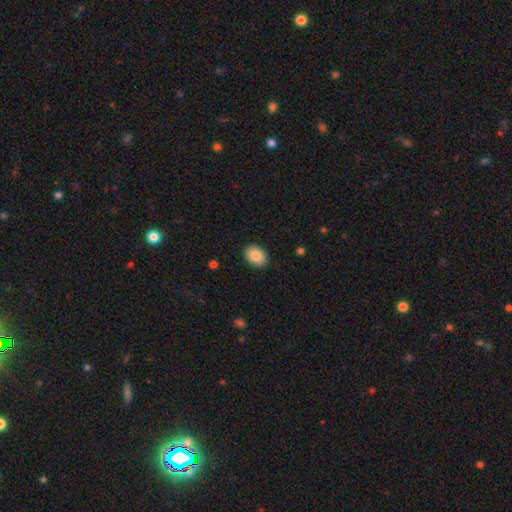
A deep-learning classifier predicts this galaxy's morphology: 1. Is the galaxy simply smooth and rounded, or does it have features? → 88% smooth, 7% star or artifact, 5% featured or disk.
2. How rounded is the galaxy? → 79% in between, 20% round, 1% cigar-shaped.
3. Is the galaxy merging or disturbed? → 89% none, 8% minor disturbance, 2% major disturbance, 1% merger.